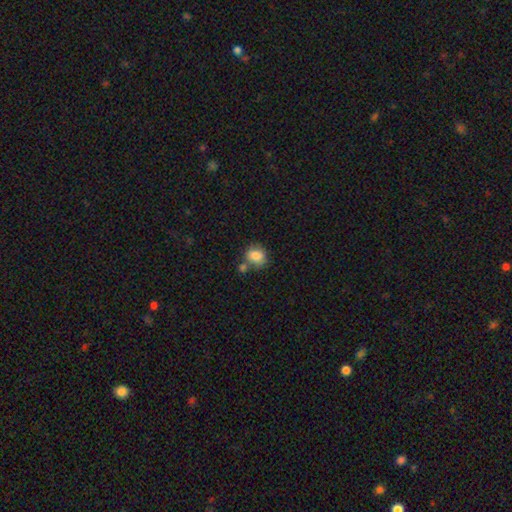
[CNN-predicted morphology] The model was most divided on "how rounded": round: 59%, in between: 40%, cigar-shaped: 1%. More confident: smooth or featured — smooth (84%); merging — none (56%).